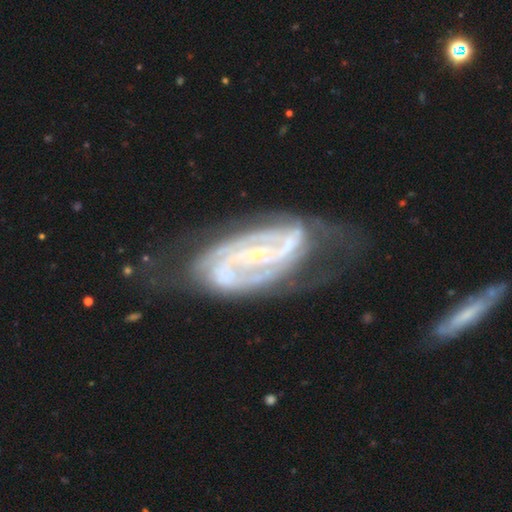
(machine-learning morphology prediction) smooth-or-featured: featured or disk: 89% | star or artifact: 6% | smooth: 5%
  disk-edge-on: no: 95% | yes: 5%
    bar: weak: 35% | no: 33% | strong: 31%
    has-spiral-arms: yes: 97% | no: 3%
      spiral-winding: tight: 50% | medium: 40% | loose: 10%
      spiral-arm-count: 2: 62% | can't tell: 14% | 3: 12% | 4: 5% | 1: 4% | more than 4: 4%
    bulge-size: small: 81% | moderate: 14% | none: 3% | large: 1% | dominant: 1%
  merging: none: 55% | minor disturbance: 25% | major disturbance: 17% | merger: 3%